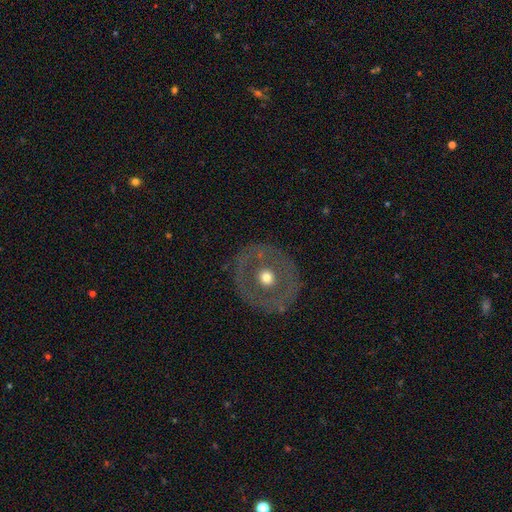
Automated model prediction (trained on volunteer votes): A featured or disk galaxy (62%) with no bar (80%), no spiral arms (81%) and a moderate central bulge (71%). Merging: none (85%).